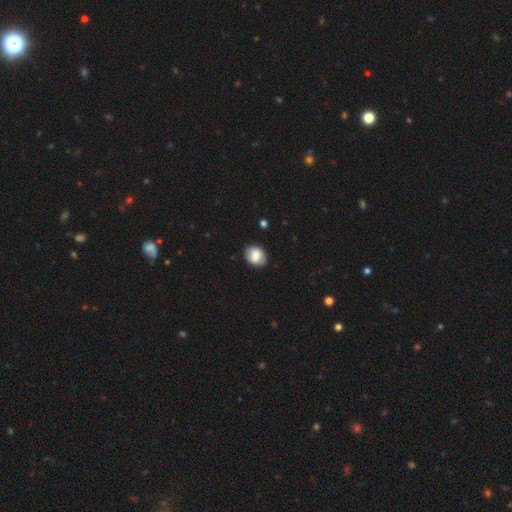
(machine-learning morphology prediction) Q: Smooth or featured?
A: smooth (73%); runner-up: featured or disk (19%)
Q: How rounded?
A: in between (52%); runner-up: round (47%)
Q: Merging?
A: none (82%); runner-up: minor disturbance (14%)